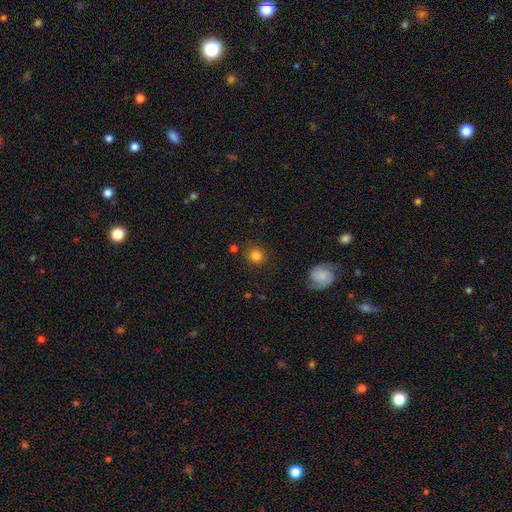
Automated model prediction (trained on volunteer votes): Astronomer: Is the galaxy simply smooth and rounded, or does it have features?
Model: smooth — 83%.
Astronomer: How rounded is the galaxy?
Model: round — 90%.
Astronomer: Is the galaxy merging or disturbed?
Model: none — 86%.